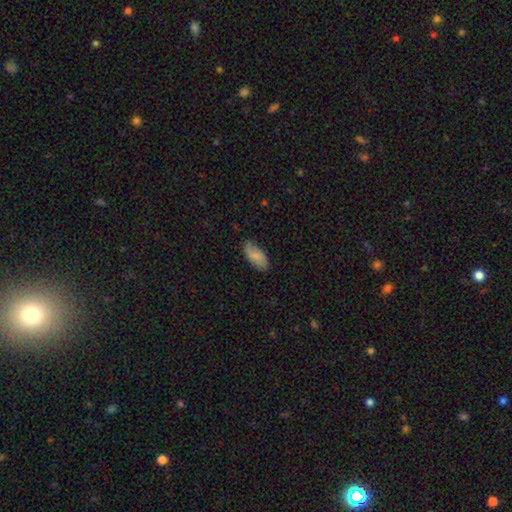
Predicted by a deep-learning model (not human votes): Smooth or featured?
  - smooth: 80% *
  - featured or disk: 14%
  - star or artifact: 6%
How rounded?
  - in between: 92% *
  - cigar-shaped: 6%
  - round: 2%
Merging?
  - none: 76% *
  - minor disturbance: 19%
  - major disturbance: 3%
  - merger: 1%